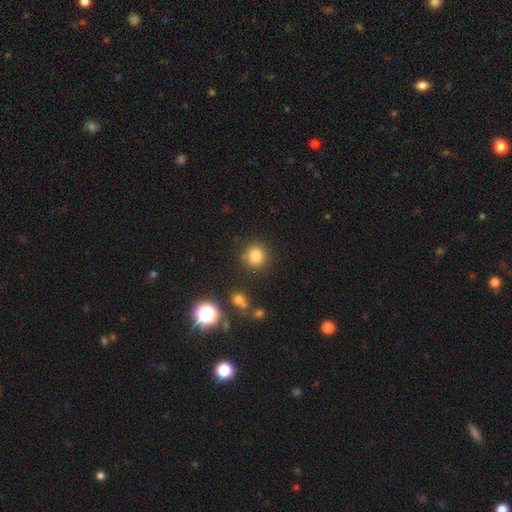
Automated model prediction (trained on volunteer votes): The model was most divided on "smooth or featured": smooth: 80%, star or artifact: 14%, featured or disk: 6%. More confident: how rounded — round (93%); merging — none (86%).